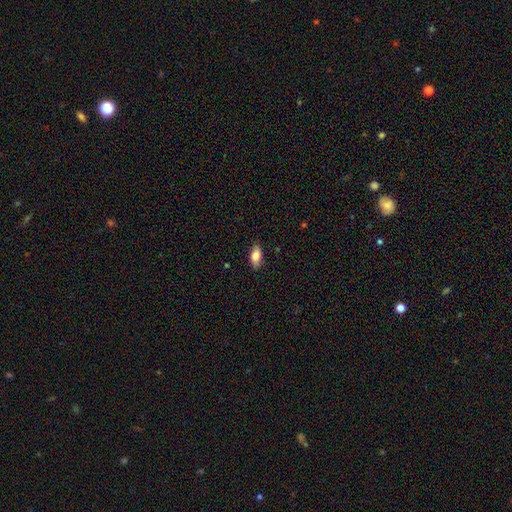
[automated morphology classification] smooth 79%, featured or disk 14%, star or artifact 7%. Down the decision tree: how rounded — in between (86%); merging — none (85%).